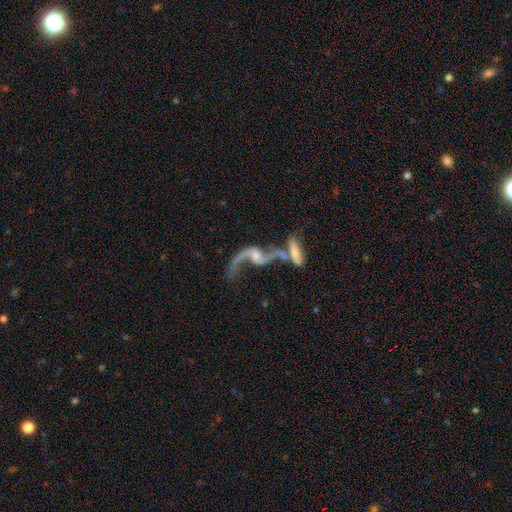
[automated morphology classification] Smooth or featured? Predicted: featured or disk (p=0.84). Edge-on disk? Predicted: no (p=0.88). Bar? Predicted: no (p=0.51). Spiral arms? Predicted: yes (p=0.89). Spiral winding? Predicted: loose (p=0.90). Spiral arm count? Predicted: 2 (p=0.84). Bulge size? Predicted: small (p=0.46). Merging? Predicted: merger (p=0.46).